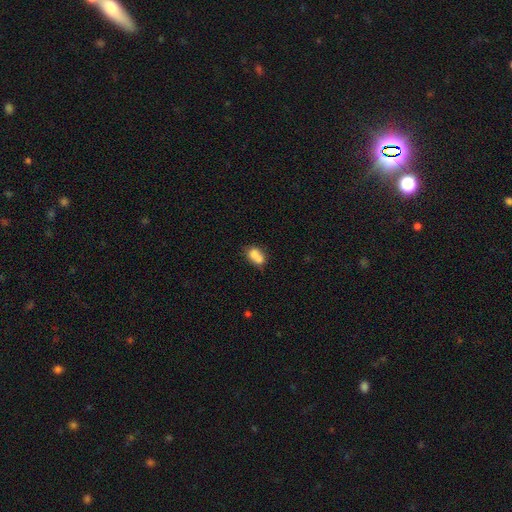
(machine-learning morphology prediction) Q: Smooth or featured?
A: smooth (70%); runner-up: featured or disk (20%)
Q: How rounded?
A: in between (59%); runner-up: round (39%)
Q: Merging?
A: merger (57%); runner-up: none (28%)